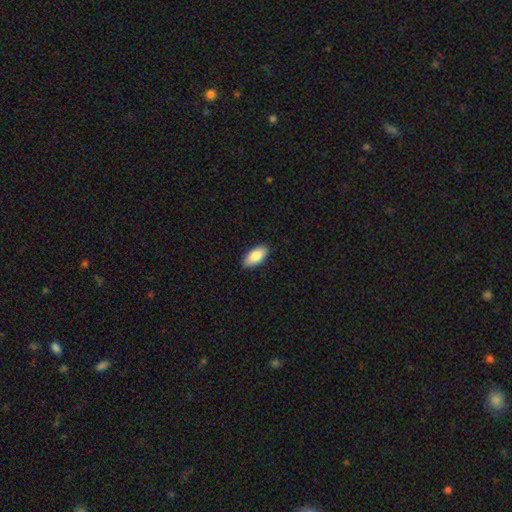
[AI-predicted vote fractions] Smooth or featured? Predicted: smooth (p=0.85). How rounded? Predicted: in between (p=0.90). Merging? Predicted: none (p=0.89).